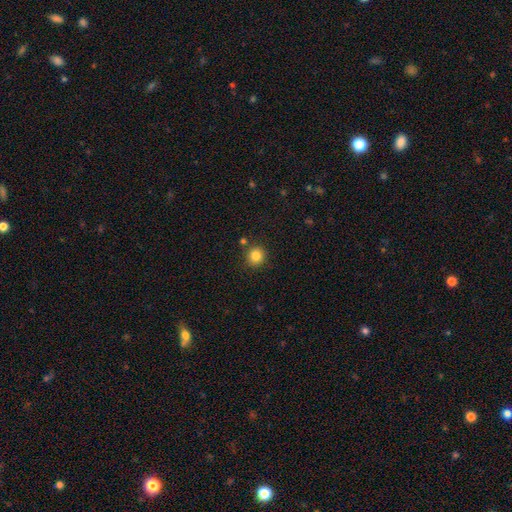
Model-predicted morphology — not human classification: type=smooth (83%); roundness=round (91%); merging=none (85%).